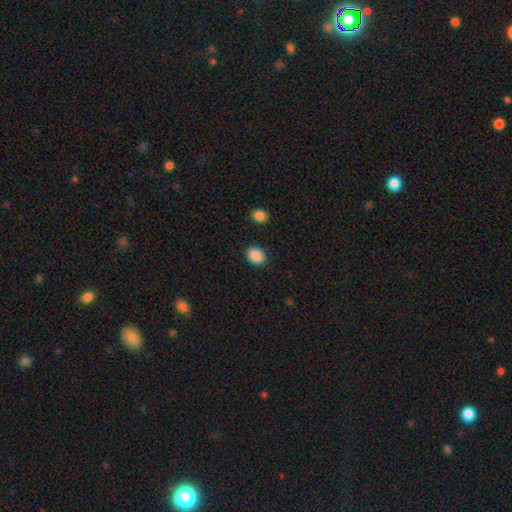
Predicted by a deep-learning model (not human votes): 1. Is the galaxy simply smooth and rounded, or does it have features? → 89% smooth, 8% star or artifact, 3% featured or disk.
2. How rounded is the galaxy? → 62% in between, 37% round, 1% cigar-shaped.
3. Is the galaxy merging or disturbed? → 88% none, 8% minor disturbance, 2% major disturbance, 2% merger.